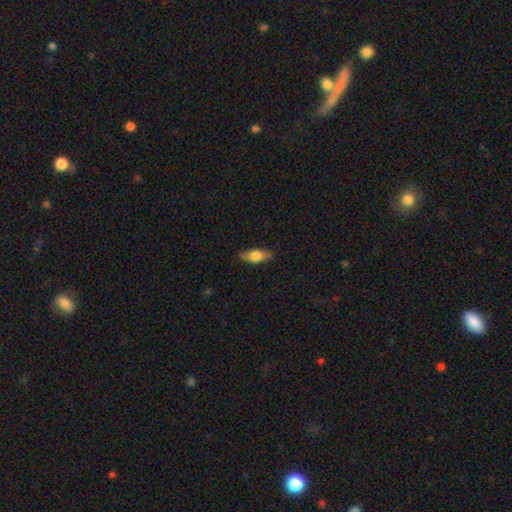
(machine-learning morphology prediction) smooth-or-featured: smooth: 65% | featured or disk: 29% | star or artifact: 6%
  how-rounded: in between: 70% | cigar-shaped: 27% | round: 3%
  merging: none: 87% | minor disturbance: 10% | major disturbance: 2% | merger: 1%